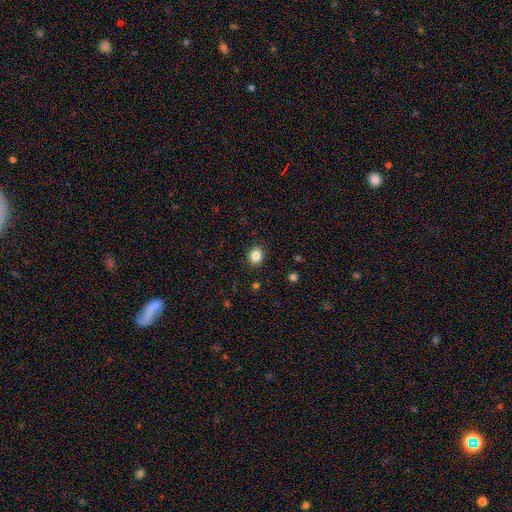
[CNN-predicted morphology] Smooth or featured: smooth — 84% (star or artifact — 10%)
How rounded: round — 57% (in between — 42%)
Merging: none — 90% (minor disturbance — 7%)